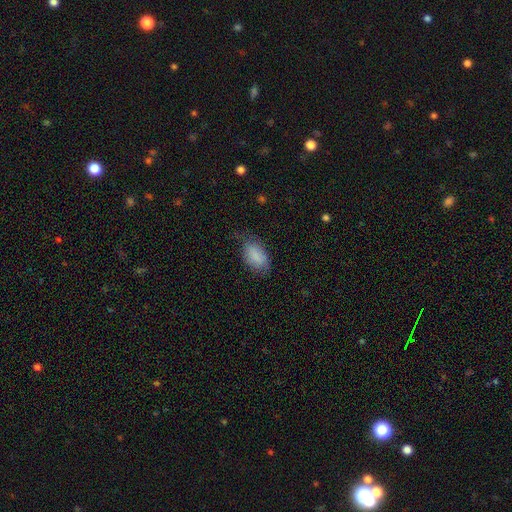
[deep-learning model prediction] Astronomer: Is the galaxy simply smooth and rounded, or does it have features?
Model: smooth — 83%.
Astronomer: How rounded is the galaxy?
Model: in between — 92%.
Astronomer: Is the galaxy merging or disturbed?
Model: none — 58%.